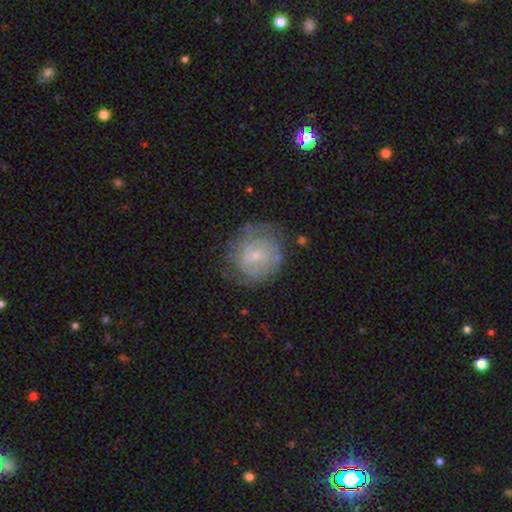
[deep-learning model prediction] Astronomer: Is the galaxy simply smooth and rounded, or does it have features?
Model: featured or disk — 70%.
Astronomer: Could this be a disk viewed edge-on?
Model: no — 98%.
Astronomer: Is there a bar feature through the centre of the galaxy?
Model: no — 56% (runner-up: weak, 38%).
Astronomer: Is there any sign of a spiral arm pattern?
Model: yes — 86%.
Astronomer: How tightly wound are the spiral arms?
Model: tight — 67%.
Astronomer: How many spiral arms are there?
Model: can't tell — 42% (runner-up: 2, 34%).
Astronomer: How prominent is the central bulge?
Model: small — 71%.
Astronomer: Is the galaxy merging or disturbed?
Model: none — 72%.